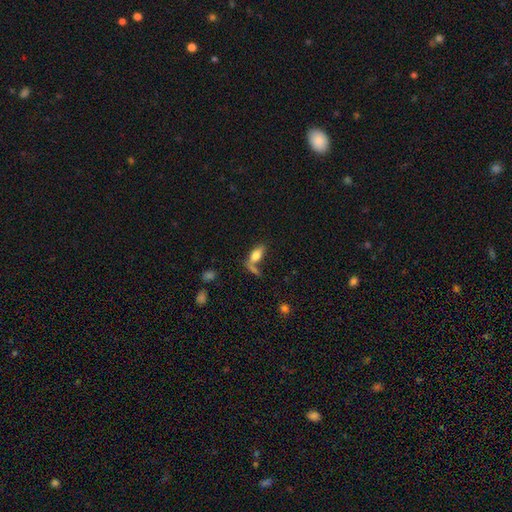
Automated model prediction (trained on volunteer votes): Morphology: type=smooth (73%); roundness=in between (79%); merging=none (47%).